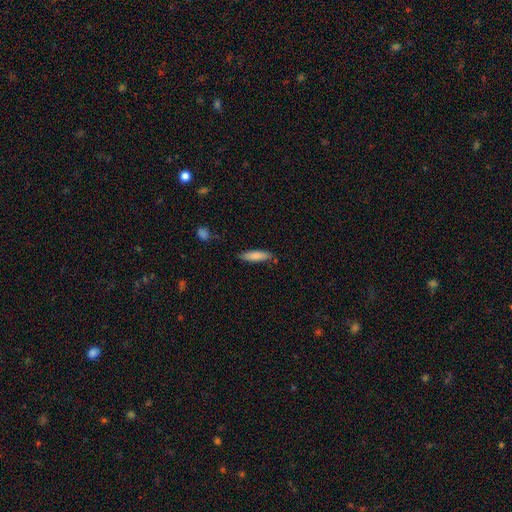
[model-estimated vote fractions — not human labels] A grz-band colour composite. It shows a smooth galaxy with no disk features (83%) that is cigar-shaped (65%). Merging: none (80%).